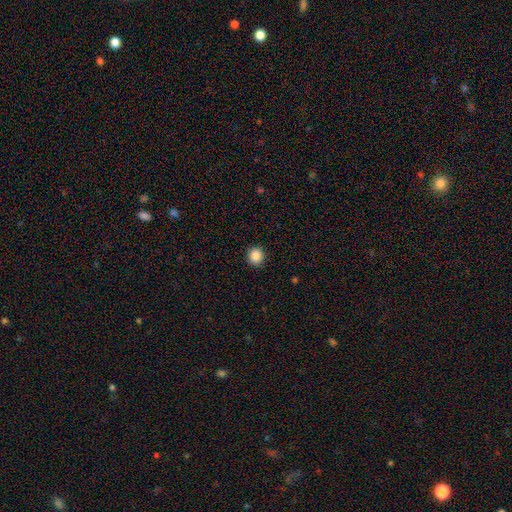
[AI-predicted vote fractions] Smooth or featured? smooth (87%)
How rounded? round (88%)
Merging? none (91%)